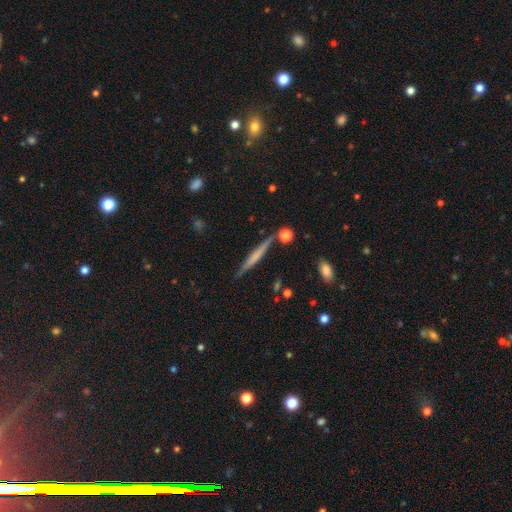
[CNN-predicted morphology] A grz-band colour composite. It shows a featured or disk galaxy (54%) viewed edge-on (97%) with no central bulge (60%). Merging: none (84%).